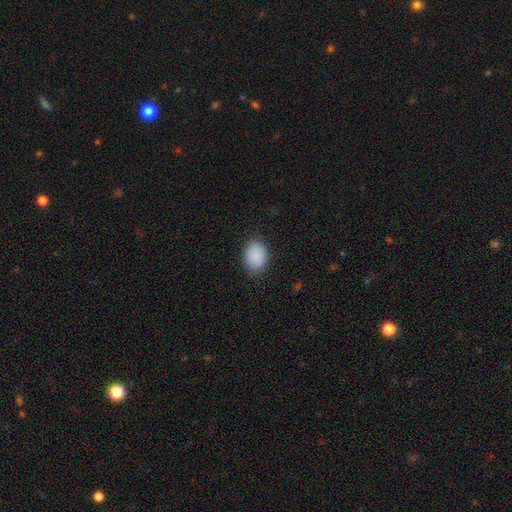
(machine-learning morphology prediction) This is clearly a smooth galaxy (89%). How rounded: likely in between (69%). Merging: clearly none (84%).